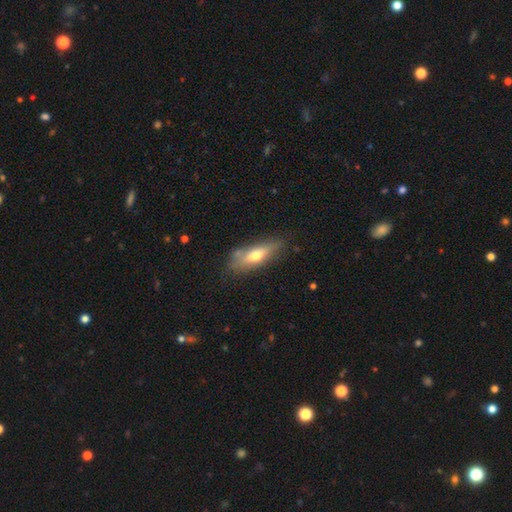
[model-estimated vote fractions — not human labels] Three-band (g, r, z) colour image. It shows a smooth galaxy with no disk features (64%) that is in between round and cigar-shaped (59%). Merging: none (66%).